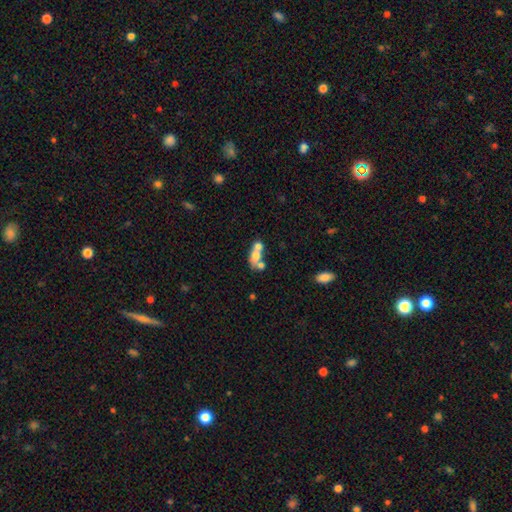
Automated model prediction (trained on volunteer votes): This appears to be a smooth galaxy with no disk features (59%) that is in between round and cigar-shaped (68%). Merging: merger (59%).